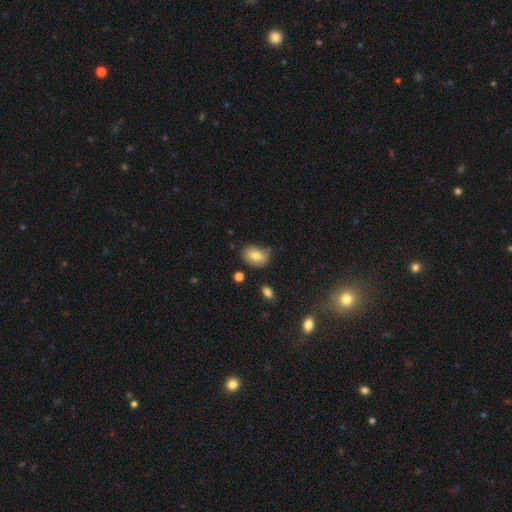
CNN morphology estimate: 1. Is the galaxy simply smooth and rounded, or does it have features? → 74% smooth, 17% featured or disk, 9% star or artifact.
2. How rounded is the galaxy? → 66% in between, 33% round, 1% cigar-shaped.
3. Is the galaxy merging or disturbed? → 67% none, 25% minor disturbance, 5% major disturbance, 4% merger.